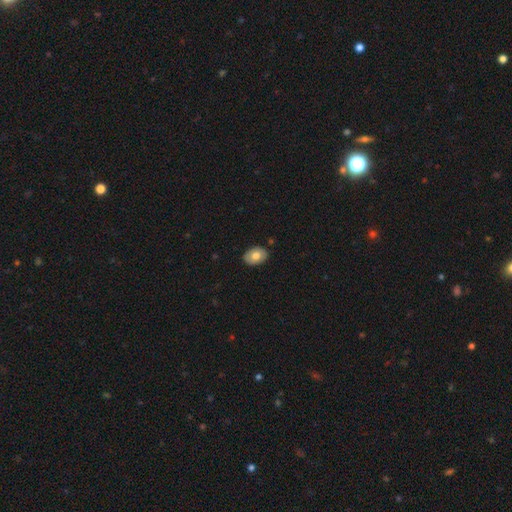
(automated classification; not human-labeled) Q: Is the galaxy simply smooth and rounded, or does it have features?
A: smooth — 72%.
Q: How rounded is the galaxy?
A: in between — 83%.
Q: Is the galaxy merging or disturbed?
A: none — 87%.